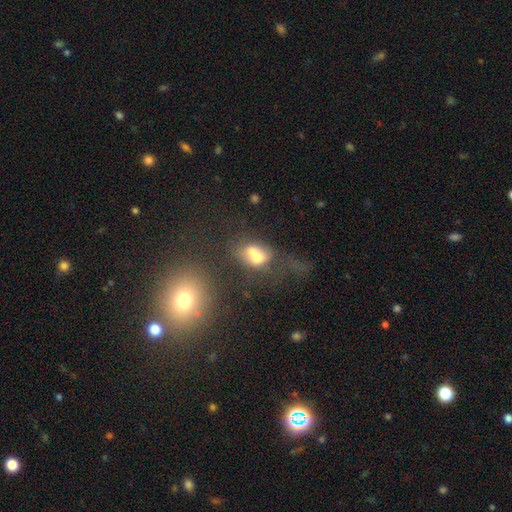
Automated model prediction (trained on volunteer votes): The model was most divided on "how rounded": in between: 62%, round: 36%, cigar-shaped: 3%. More confident: smooth or featured — smooth (59%); merging — merger (59%).